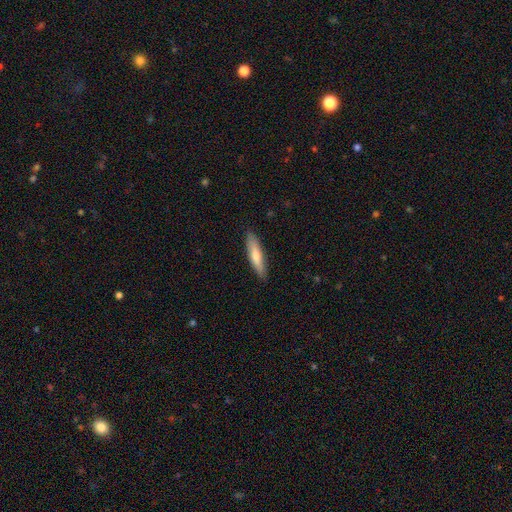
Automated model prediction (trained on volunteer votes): Smooth or featured? Predicted: smooth (p=0.66). How rounded? Predicted: cigar-shaped (p=0.84). Merging? Predicted: none (p=0.89).